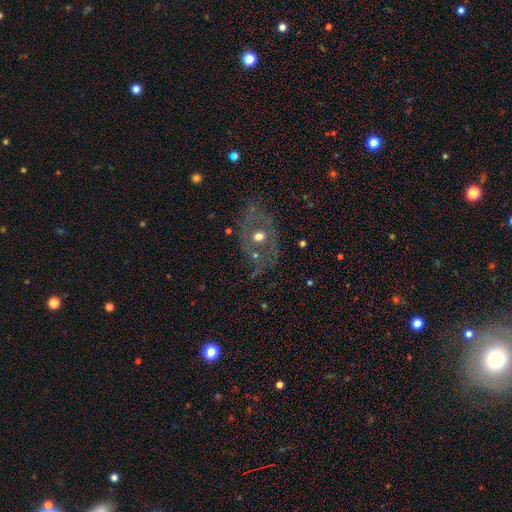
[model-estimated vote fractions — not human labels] Smooth or featured?
  - featured or disk: 64% *
  - smooth: 21%
  - star or artifact: 14%
Edge-on disk?
  - no: 95% *
  - yes: 5%
Bar?
  - no: 84% *
  - weak: 12%
  - strong: 4%
Spiral arms?
  - no: 54% *
  - yes: 46%
Bulge size?
  - moderate: 71% *
  - small: 21%
  - large: 5%
  - none: 2%
  - dominant: 2%
Merging?
  - none: 64% *
  - minor disturbance: 18%
  - major disturbance: 13%
  - merger: 5%